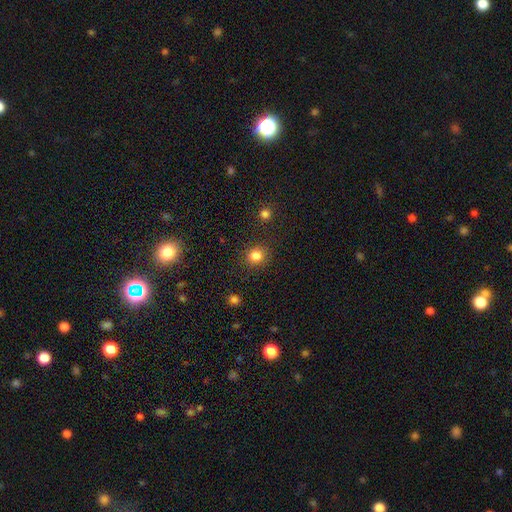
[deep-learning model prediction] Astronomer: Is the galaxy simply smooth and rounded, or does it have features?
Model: smooth — 83%.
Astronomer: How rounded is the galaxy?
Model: round — 85%.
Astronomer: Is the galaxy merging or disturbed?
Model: none — 87%.